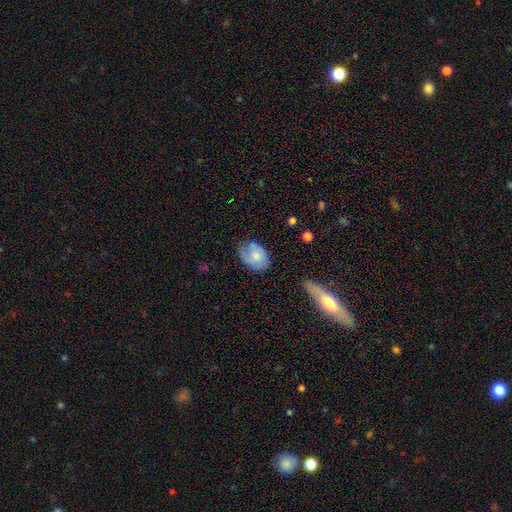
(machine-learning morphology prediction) The model was most divided on "merging": none: 58%, minor disturbance: 30%, major disturbance: 10%, merger: 3%. More confident: how rounded — in between (78%); smooth or featured — smooth (64%).